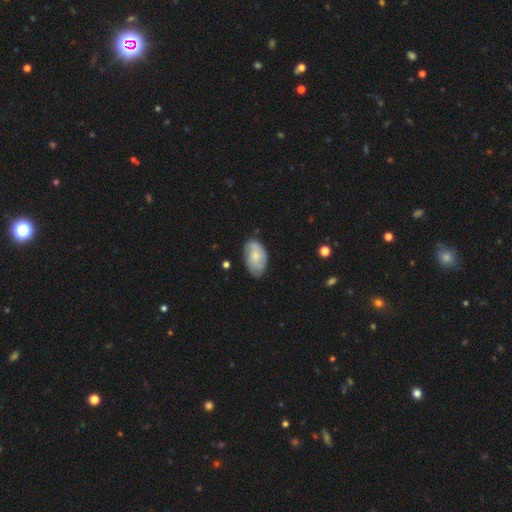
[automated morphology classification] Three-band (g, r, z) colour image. It shows a smooth galaxy with no disk features (56%) that is in between round and cigar-shaped (92%). Merging: none (69%).